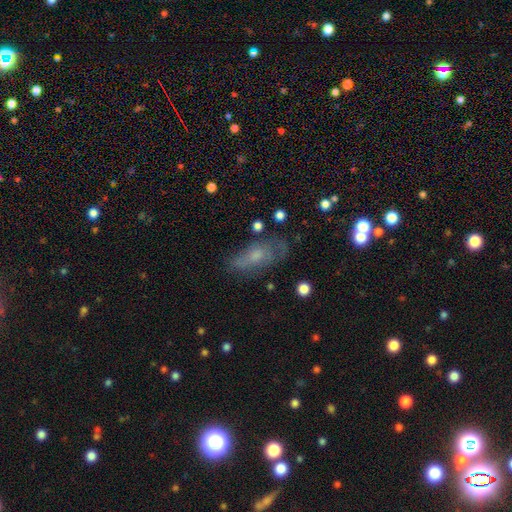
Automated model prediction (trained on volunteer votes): Smooth or featured? smooth (44%)
Merging? none (62%)